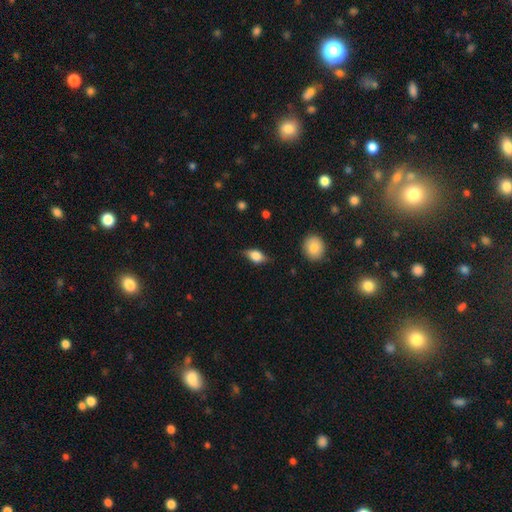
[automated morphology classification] The model was most divided on "smooth or featured": smooth: 67%, featured or disk: 25%, star or artifact: 8%. More confident: how rounded — in between (80%); merging — none (71%).